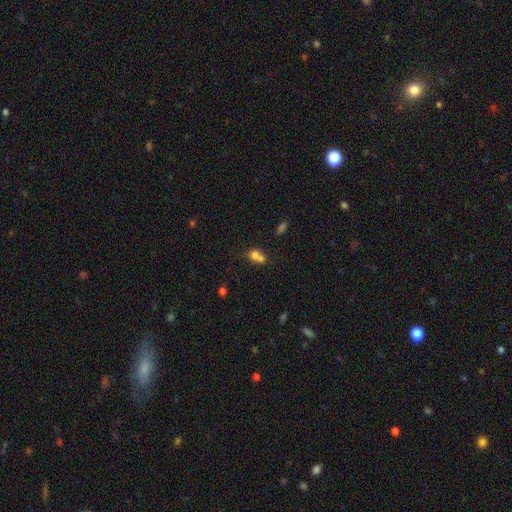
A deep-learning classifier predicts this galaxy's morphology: smooth_or_featured: smooth (p=0.71) [alt: featured or disk p=0.16]
how_rounded: round (p=0.60) [alt: in between p=0.38]
merging: merger (p=0.58) [alt: none p=0.29]